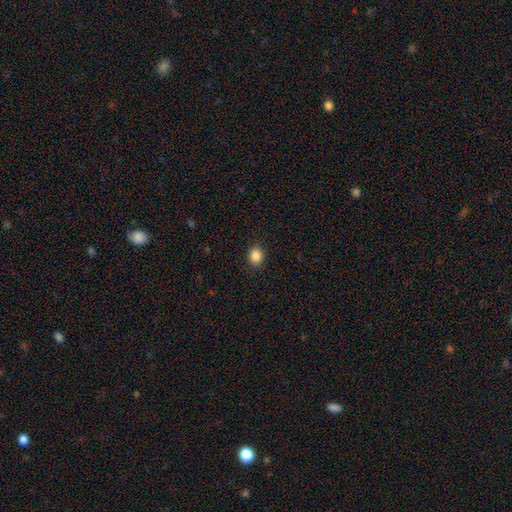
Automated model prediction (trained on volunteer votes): A smooth galaxy with no disk features (87%) that is round (58%).

Vote fractions:
- Smooth or featured? smooth: 87% / star or artifact: 10% / featured or disk: 3%
- How rounded? round: 58% / in between: 41% / cigar-shaped: 1%
- Merging? none: 90% / minor disturbance: 7% / major disturbance: 2% / merger: 1%